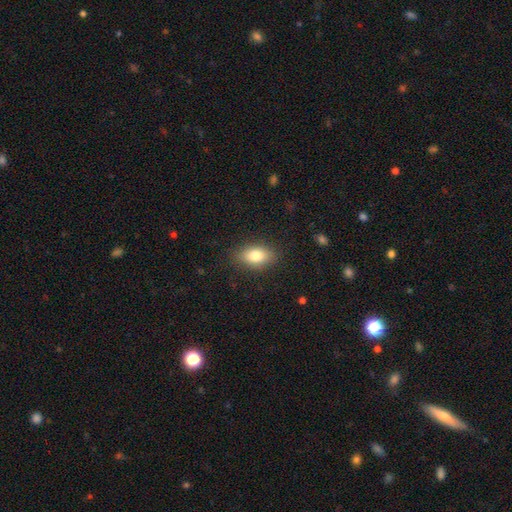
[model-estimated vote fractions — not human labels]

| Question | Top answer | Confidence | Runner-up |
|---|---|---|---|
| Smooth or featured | smooth | 80% | featured or disk (12%) |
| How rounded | in between | 85% | round (11%) |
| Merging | none | 85% | minor disturbance (11%) |